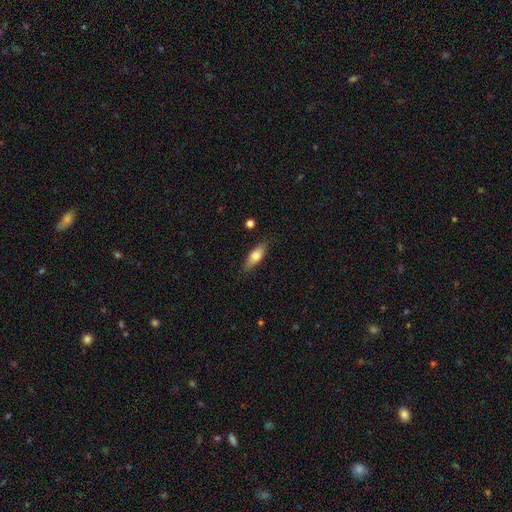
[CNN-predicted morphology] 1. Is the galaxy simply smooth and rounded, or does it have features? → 69% smooth, 25% featured or disk, 6% star or artifact.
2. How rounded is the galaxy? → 60% in between, 38% cigar-shaped, 3% round.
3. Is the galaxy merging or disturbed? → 83% none, 12% minor disturbance, 3% major disturbance, 2% merger.